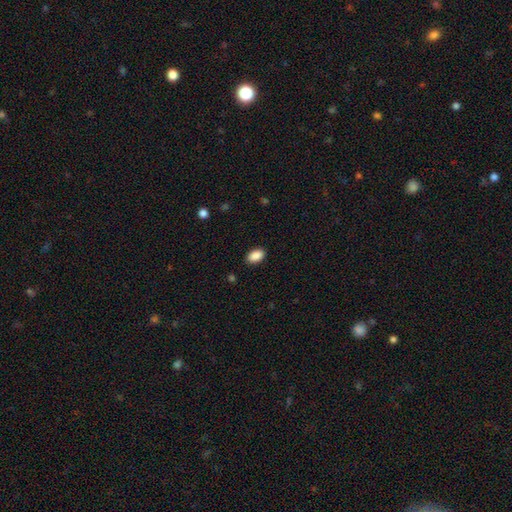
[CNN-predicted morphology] Overall: smooth (89%). How rounded: in between (92%). Merging: none (89%).